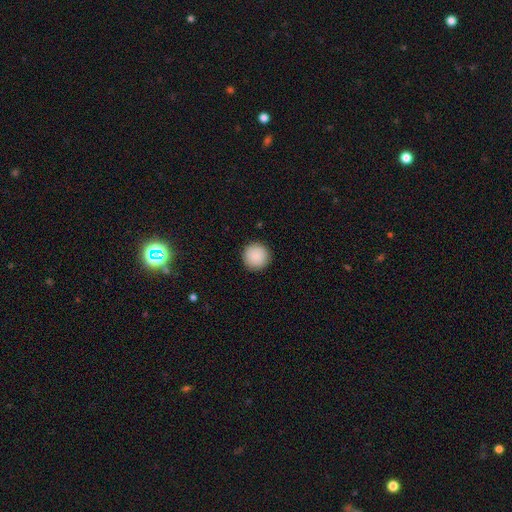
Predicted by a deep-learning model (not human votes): Smooth or featured: smooth — 89% (star or artifact — 7%)
How rounded: round — 96% (in between — 3%)
Merging: none — 92% (minor disturbance — 5%)